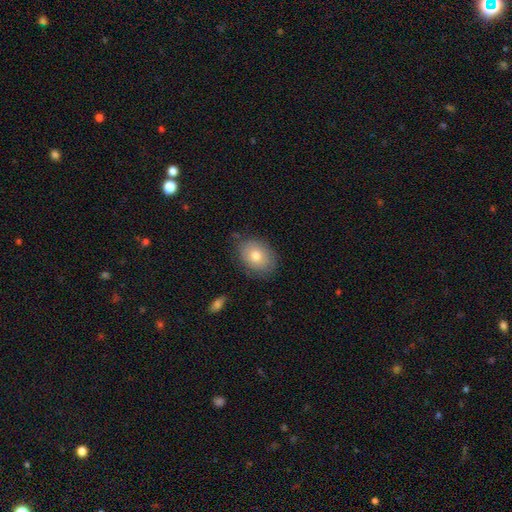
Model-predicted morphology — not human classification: Overall: smooth (75%). How rounded: in between (72%). Merging: none (79%).